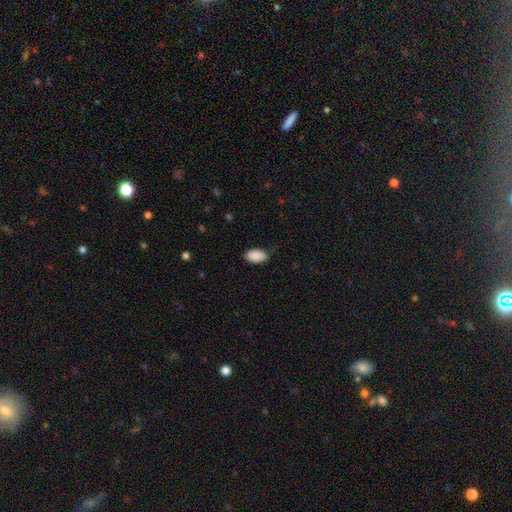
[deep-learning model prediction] This appears to be a smooth galaxy with no disk features (91%) that is in between round and cigar-shaped (95%). Merging: none (80%).